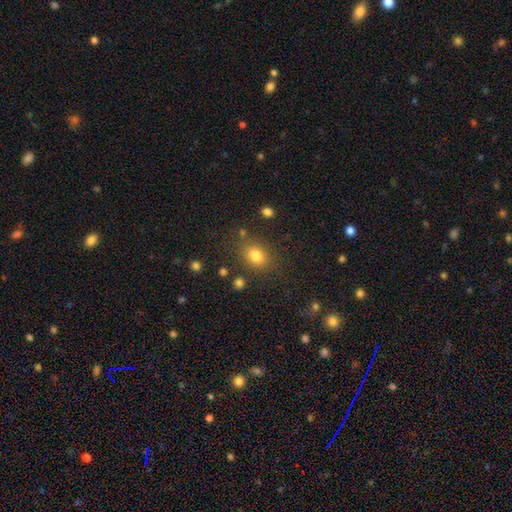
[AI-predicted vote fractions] Q: Smooth or featured?
A: smooth (80%); runner-up: star or artifact (13%)
Q: How rounded?
A: in between (56%); runner-up: round (43%)
Q: Merging?
A: none (78%); runner-up: minor disturbance (12%)